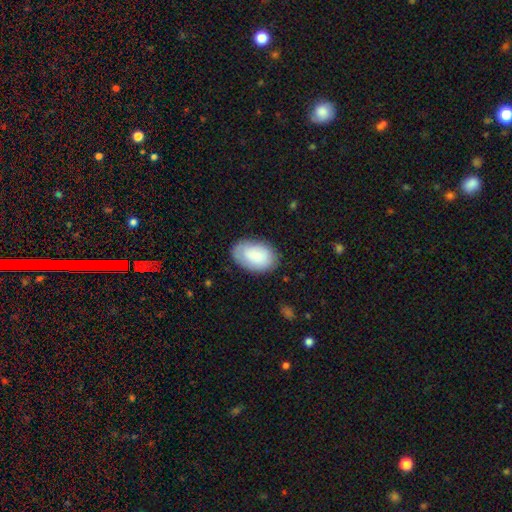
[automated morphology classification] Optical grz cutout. It shows a smooth galaxy with no disk features (81%) that is in between round and cigar-shaped (91%). Merging: none (77%).